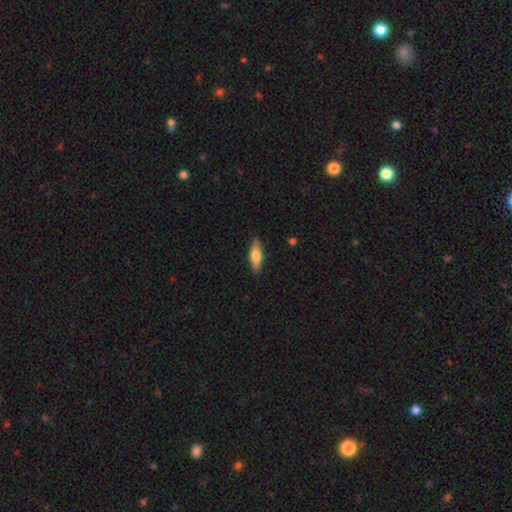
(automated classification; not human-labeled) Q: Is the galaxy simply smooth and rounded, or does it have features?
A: smooth — 59%.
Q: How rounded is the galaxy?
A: cigar-shaped — 51%.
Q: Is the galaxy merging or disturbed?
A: none — 87%.